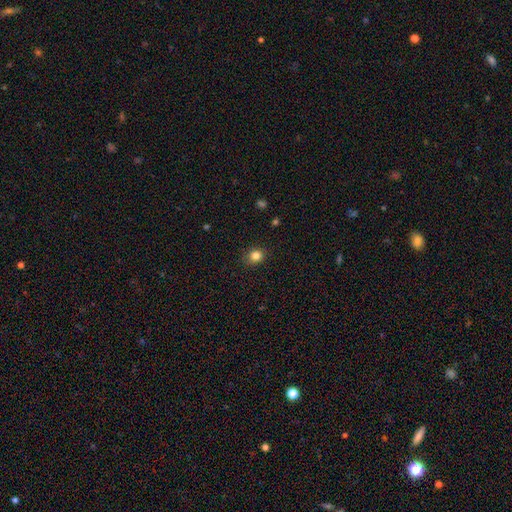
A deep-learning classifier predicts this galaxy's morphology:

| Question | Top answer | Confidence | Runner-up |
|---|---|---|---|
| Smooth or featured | smooth | 83% | star or artifact (12%) |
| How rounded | round | 70% | in between (29%) |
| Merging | none | 88% | minor disturbance (9%) |